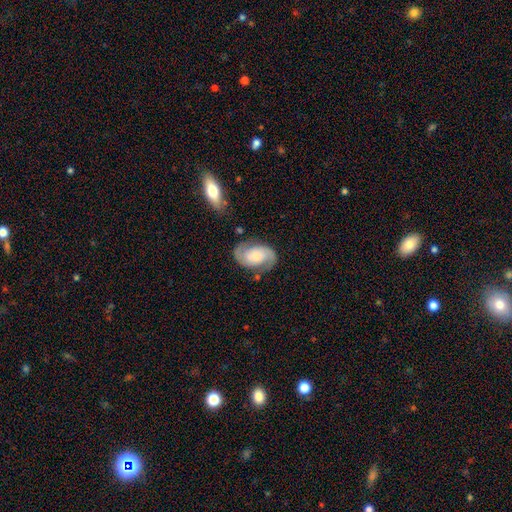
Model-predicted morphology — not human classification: Q: Smooth or featured?
A: featured or disk (76%); runner-up: smooth (18%)
Q: Edge-on disk?
A: no (97%); runner-up: yes (3%)
Q: Bar?
A: no (63%); runner-up: weak (28%)
Q: Spiral arms?
A: yes (95%); runner-up: no (5%)
Q: Spiral winding?
A: medium (48%); runner-up: tight (28%)
Q: Spiral arm count?
A: 2 (91%); runner-up: can't tell (4%)
Q: Bulge size?
A: small (34%); runner-up: moderate (26%)
Q: Merging?
A: none (71%); runner-up: minor disturbance (18%)